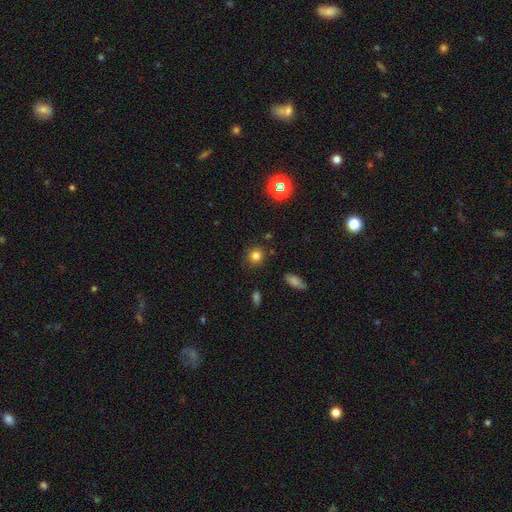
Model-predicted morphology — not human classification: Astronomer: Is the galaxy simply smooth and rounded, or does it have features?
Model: smooth — 79%.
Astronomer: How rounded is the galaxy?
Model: round — 84%.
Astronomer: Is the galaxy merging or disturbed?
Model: none — 85%.